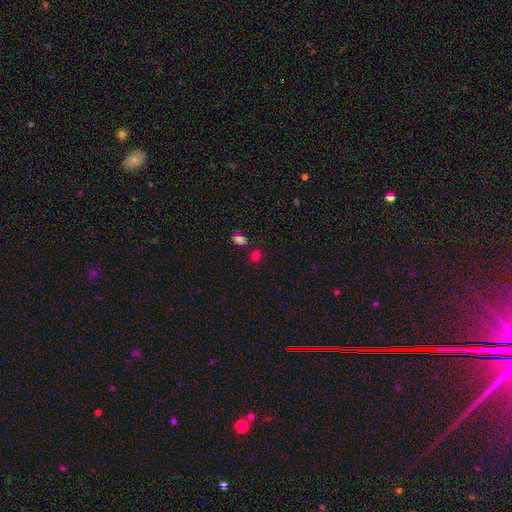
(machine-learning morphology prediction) This appears to be a smooth galaxy with no disk features (77%) that is round (63%). Merging: none (74%).